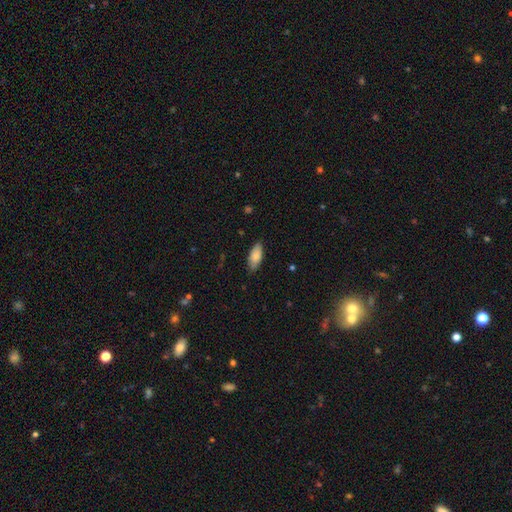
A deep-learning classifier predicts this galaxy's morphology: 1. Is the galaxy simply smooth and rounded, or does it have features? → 80% smooth, 13% featured or disk, 6% star or artifact.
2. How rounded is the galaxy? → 87% in between, 11% cigar-shaped, 2% round.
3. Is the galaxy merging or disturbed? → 81% none, 16% minor disturbance, 2% major disturbance, 1% merger.